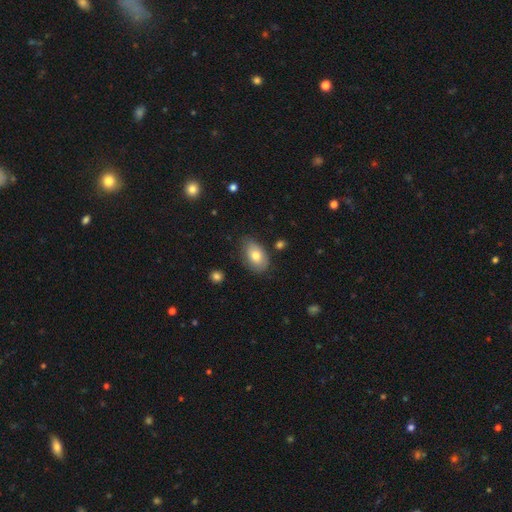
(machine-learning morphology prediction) A smooth galaxy with no disk features (74%) that is in between round and cigar-shaped (88%).

Vote fractions:
- Smooth or featured? smooth: 74% / featured or disk: 19% / star or artifact: 7%
- How rounded? in between: 88% / round: 11% / cigar-shaped: 1%
- Merging? none: 72% / minor disturbance: 21% / major disturbance: 4% / merger: 2%